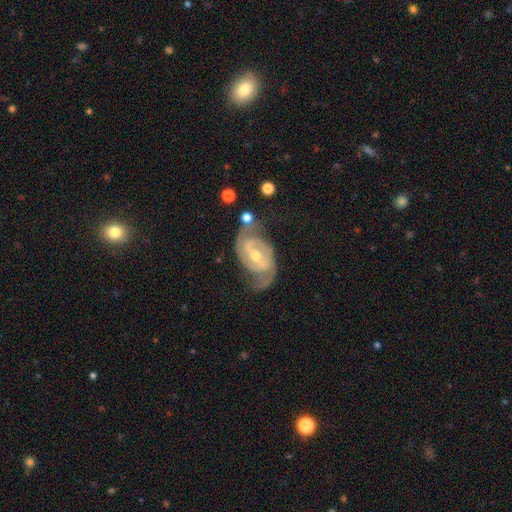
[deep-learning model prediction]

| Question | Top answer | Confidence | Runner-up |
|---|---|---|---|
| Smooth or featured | featured or disk | 89% | smooth (6%) |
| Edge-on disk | no | 97% | yes (3%) |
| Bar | weak | 45% | strong (28%) |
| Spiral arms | yes | 97% | no (3%) |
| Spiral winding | medium | 45% | tight (43%) |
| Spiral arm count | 2 | 84% | can't tell (6%) |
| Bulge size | moderate | 57% | small (40%) |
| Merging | none | 64% | minor disturbance (20%) |